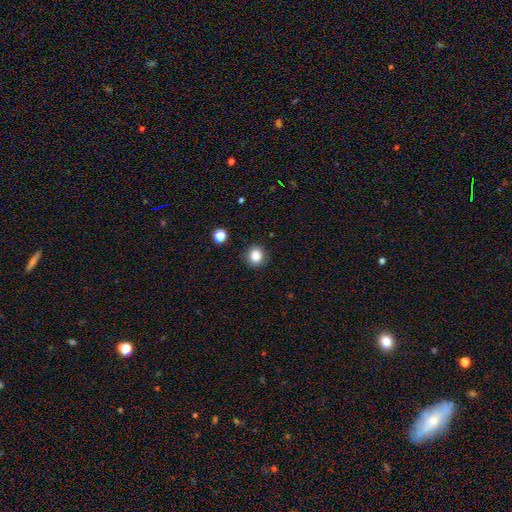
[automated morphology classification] smooth 85%, star or artifact 11%, featured or disk 4%. Down the decision tree: how rounded — round (84%); merging — none (88%).